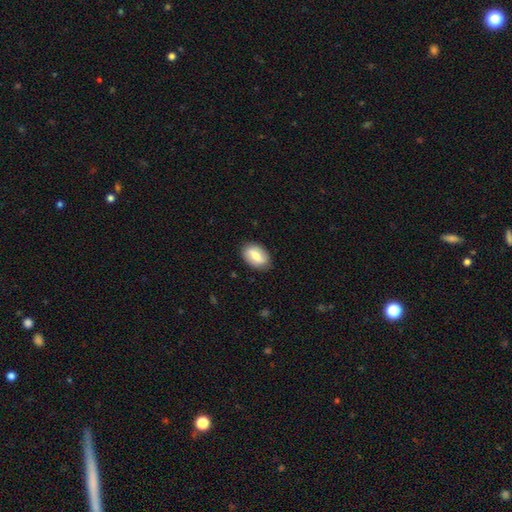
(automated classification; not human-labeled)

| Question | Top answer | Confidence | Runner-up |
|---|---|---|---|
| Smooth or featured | smooth | 62% | featured or disk (32%) |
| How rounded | in between | 89% | round (9%) |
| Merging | none | 85% | minor disturbance (11%) |